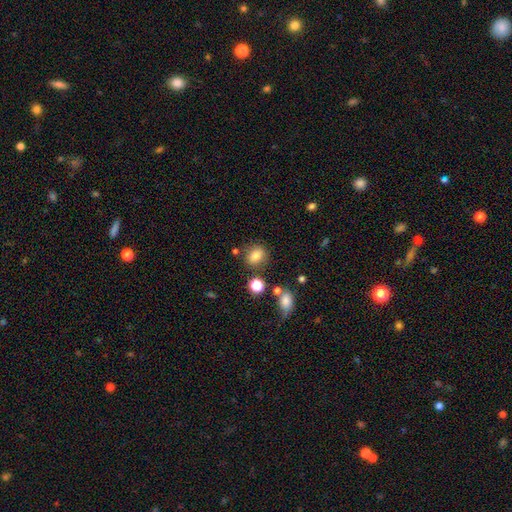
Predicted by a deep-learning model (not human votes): smooth 79%, star or artifact 13%, featured or disk 9%. Down the decision tree: how rounded — round (60%); merging — none (76%).